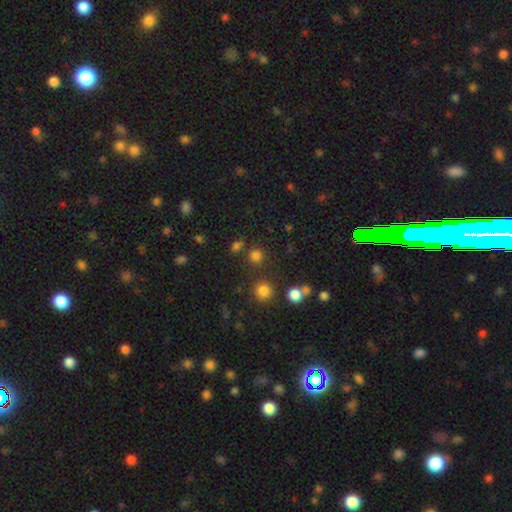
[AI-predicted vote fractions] Overall: smooth (75%). How rounded: round (87%). Merging: none (79%).